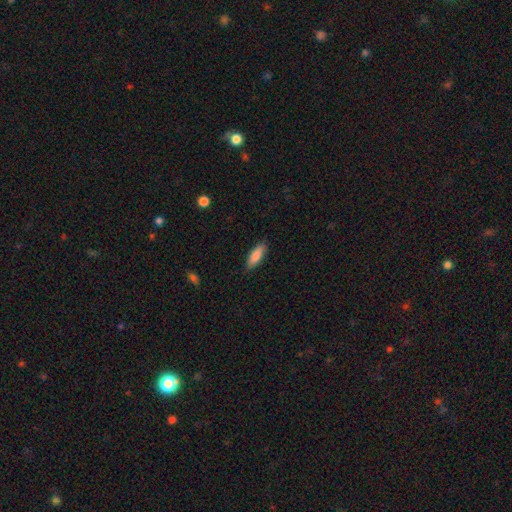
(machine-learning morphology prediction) Overall: smooth (83%). How rounded: in between (59%; cigar-shaped 39%). Merging: none (82%).